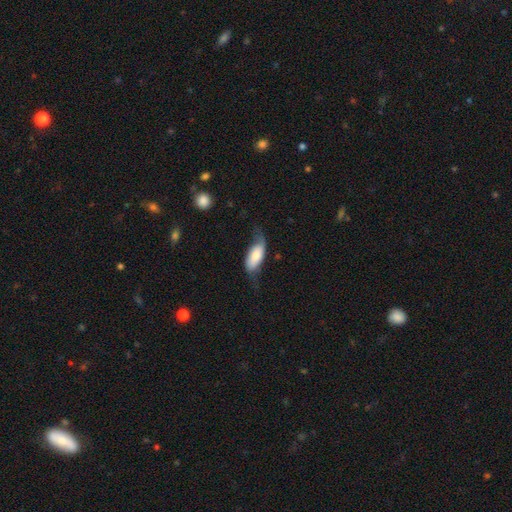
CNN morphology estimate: Smooth or featured?
  - smooth: 60% *
  - featured or disk: 33%
  - star or artifact: 6%
How rounded?
  - in between: 85% *
  - cigar-shaped: 12%
  - round: 3%
Merging?
  - none: 43% *
  - minor disturbance: 33%
  - major disturbance: 21%
  - merger: 2%